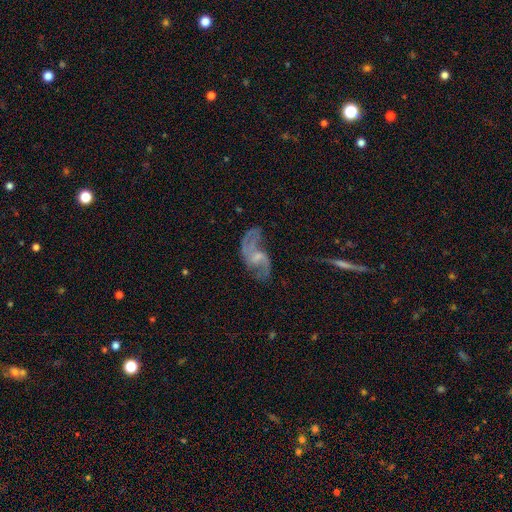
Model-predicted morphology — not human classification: This is clearly a featured or disk galaxy (80%). It is clearly not viewed edge-on (96%). Bar: possibly weak (49%). Spiral arm pattern: clearly yes (89%). Spiral arm count: clearly 2 (82%). Spiral winding: likely loose (62%). Central bulge: possibly small (48%). Merging: possibly none (52%).